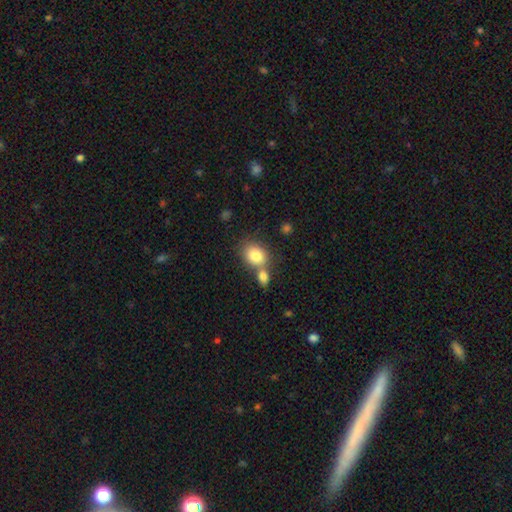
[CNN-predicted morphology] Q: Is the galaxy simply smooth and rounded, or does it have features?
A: smooth — 82%.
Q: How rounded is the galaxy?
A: in between — 55%.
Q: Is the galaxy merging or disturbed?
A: none — 45%.